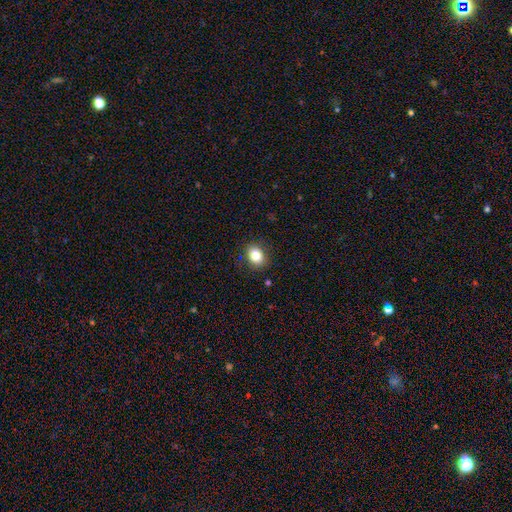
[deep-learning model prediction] Q: Smooth or featured?
A: smooth (83%); runner-up: star or artifact (10%)
Q: How rounded?
A: in between (51%); runner-up: round (48%)
Q: Merging?
A: none (88%); runner-up: minor disturbance (9%)